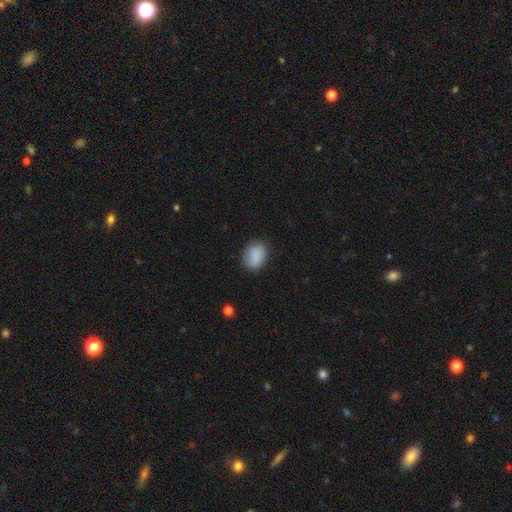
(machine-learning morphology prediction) Smooth or featured?
  - smooth: 86% *
  - star or artifact: 7%
  - featured or disk: 6%
How rounded?
  - in between: 60% *
  - round: 39%
  - cigar-shaped: 1%
Merging?
  - none: 80% *
  - minor disturbance: 15%
  - major disturbance: 4%
  - merger: 1%